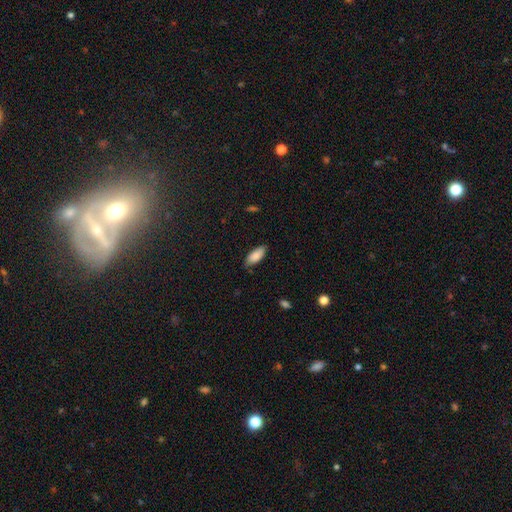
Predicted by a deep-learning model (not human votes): Overall: smooth (87%). How rounded: in between (83%). Merging: none (78%).